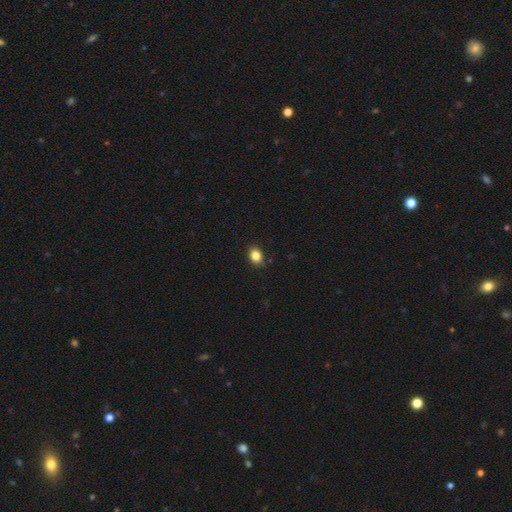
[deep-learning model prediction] smooth-or-featured: smooth: 84% | star or artifact: 10% | featured or disk: 5%
  how-rounded: in between: 56% | round: 43% | cigar-shaped: 1%
  merging: none: 88% | minor disturbance: 9% | major disturbance: 2% | merger: 1%